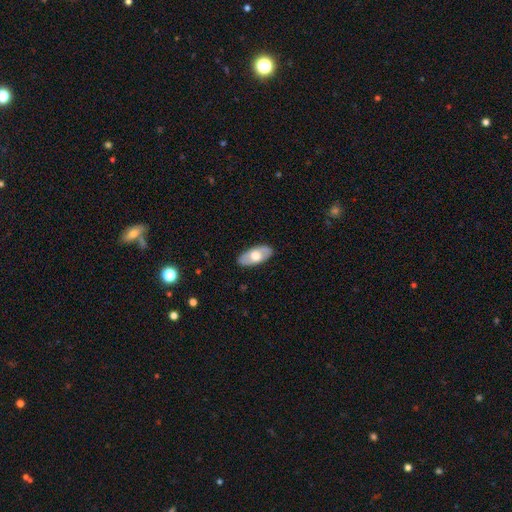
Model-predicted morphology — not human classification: Smooth or featured? smooth (59%)
How rounded? in between (92%)
Merging? none (88%)